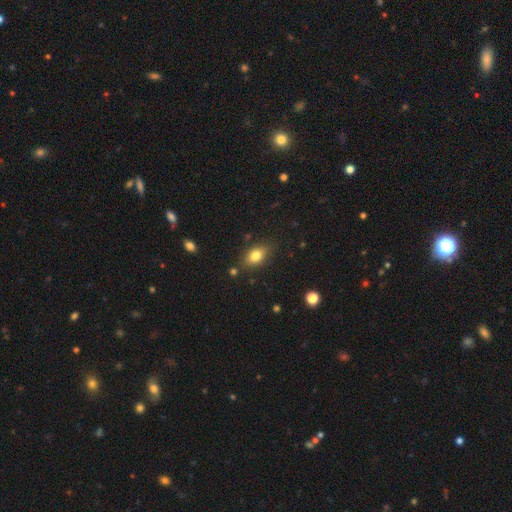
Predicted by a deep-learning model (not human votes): This is clearly a smooth galaxy (80%). How rounded: clearly in between (83%). Merging: clearly none (80%).